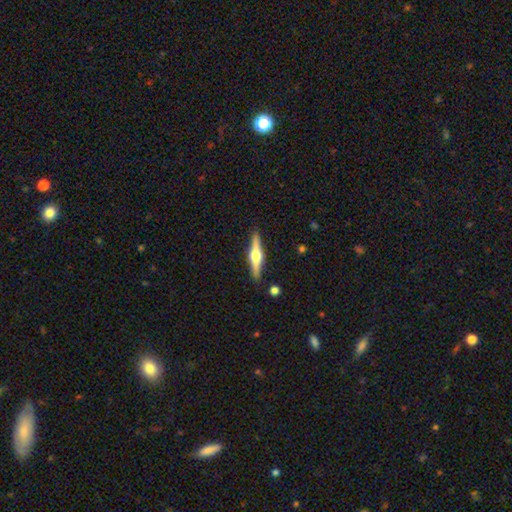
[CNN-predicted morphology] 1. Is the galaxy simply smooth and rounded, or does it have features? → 72% featured or disk, 23% smooth, 5% star or artifact.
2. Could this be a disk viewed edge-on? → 98% yes, 2% no.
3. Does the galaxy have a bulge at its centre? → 94% rounded, 5% boxy, 2% none.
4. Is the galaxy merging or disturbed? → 89% none, 7% minor disturbance, 2% merger, 2% major disturbance.